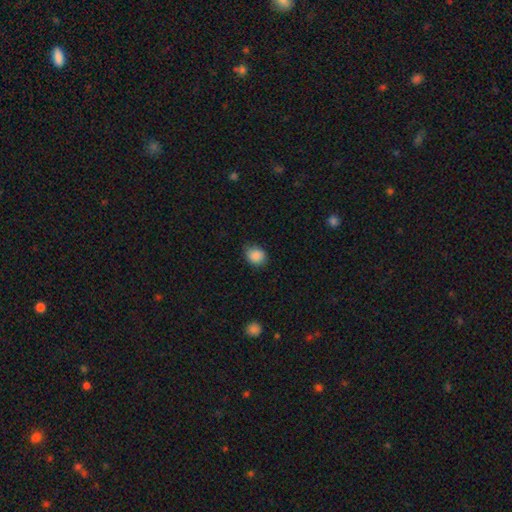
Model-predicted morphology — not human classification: smooth-or-featured: smooth: 88% | star or artifact: 8% | featured or disk: 4%
  how-rounded: round: 60% | in between: 39% | cigar-shaped: 1%
  merging: none: 73% | minor disturbance: 21% | major disturbance: 4% | merger: 1%